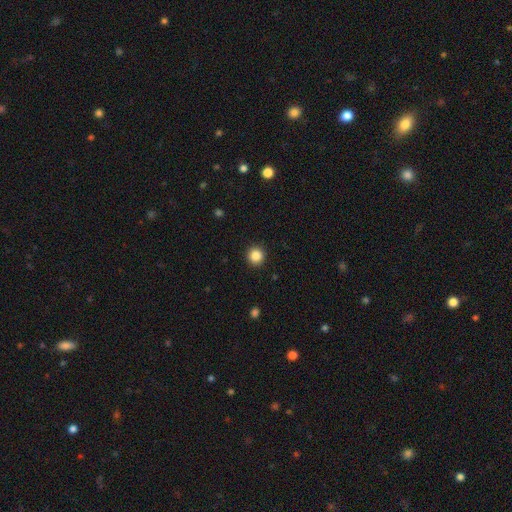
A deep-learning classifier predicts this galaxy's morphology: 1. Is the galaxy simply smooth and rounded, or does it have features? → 86% smooth, 10% star or artifact, 4% featured or disk.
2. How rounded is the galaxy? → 95% round, 4% in between, 1% cigar-shaped.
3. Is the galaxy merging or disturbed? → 93% none, 4% minor disturbance, 2% major disturbance, 1% merger.